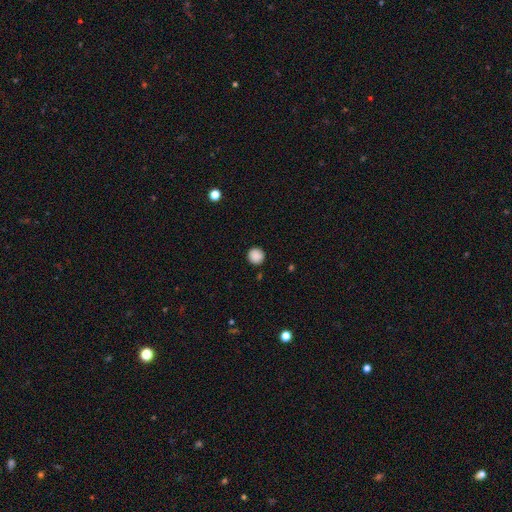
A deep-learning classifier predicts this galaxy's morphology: Smooth or featured? Predicted: smooth (p=0.88). How rounded? Predicted: round (p=0.95). Merging? Predicted: none (p=0.91).